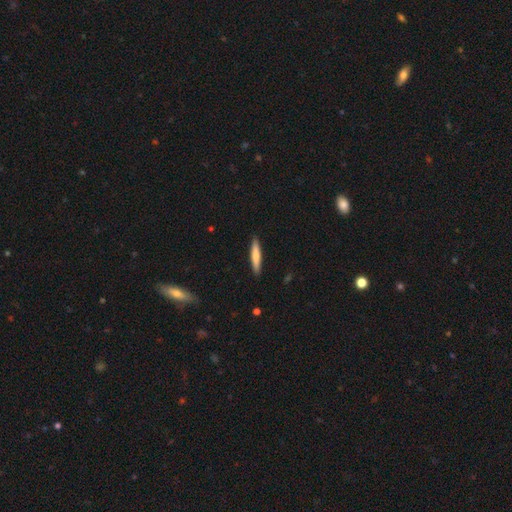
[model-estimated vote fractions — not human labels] Morphology: type=smooth (71%); roundness=cigar-shaped (91%); merging=none (91%).